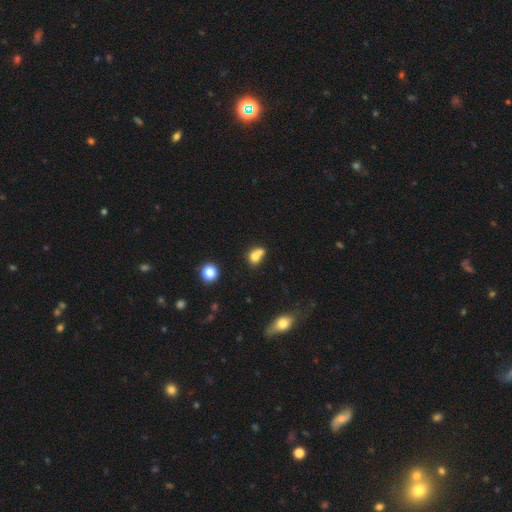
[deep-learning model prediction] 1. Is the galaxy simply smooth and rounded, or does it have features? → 72% smooth, 16% featured or disk, 12% star or artifact.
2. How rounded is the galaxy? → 58% round, 41% in between, 2% cigar-shaped.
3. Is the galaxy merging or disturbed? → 57% merger, 29% none, 9% minor disturbance, 5% major disturbance.